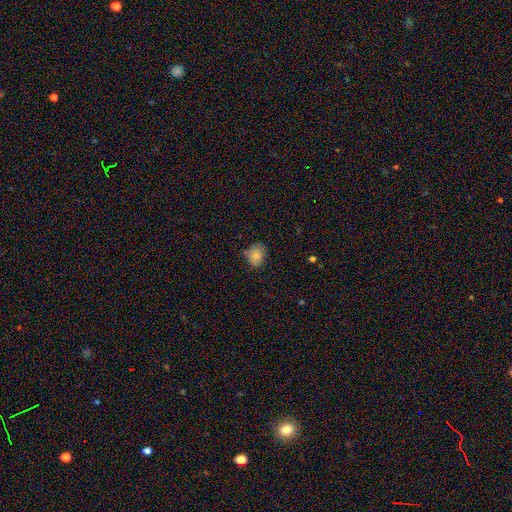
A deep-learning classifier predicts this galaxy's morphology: The model was most divided on "how rounded": round: 51%, in between: 48%, cigar-shaped: 1%. More confident: smooth or featured — smooth (82%); merging — none (69%).